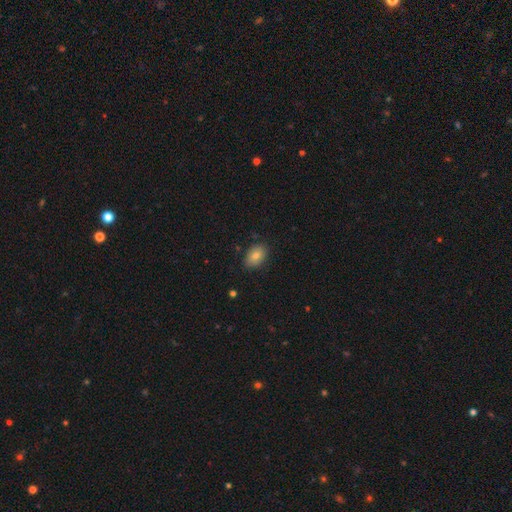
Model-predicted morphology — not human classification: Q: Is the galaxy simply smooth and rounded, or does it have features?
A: smooth — 79%.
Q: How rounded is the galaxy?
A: in between — 86%.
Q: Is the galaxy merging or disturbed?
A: none — 84%.